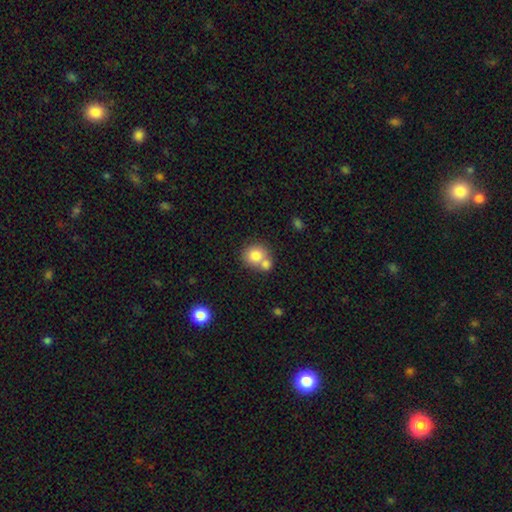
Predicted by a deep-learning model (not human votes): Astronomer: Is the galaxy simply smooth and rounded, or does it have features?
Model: smooth — 80%.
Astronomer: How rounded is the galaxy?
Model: round — 82%.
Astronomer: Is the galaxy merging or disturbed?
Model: merger — 45% (runner-up: none, 43%).